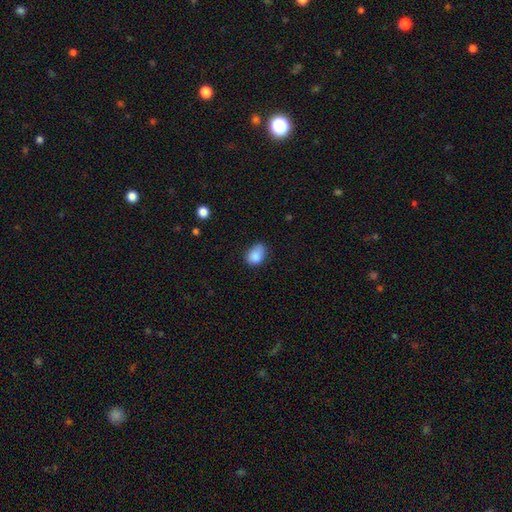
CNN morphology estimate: smooth 86%, star or artifact 9%, featured or disk 6%. Down the decision tree: how rounded — in between (71%); merging — none (57%).